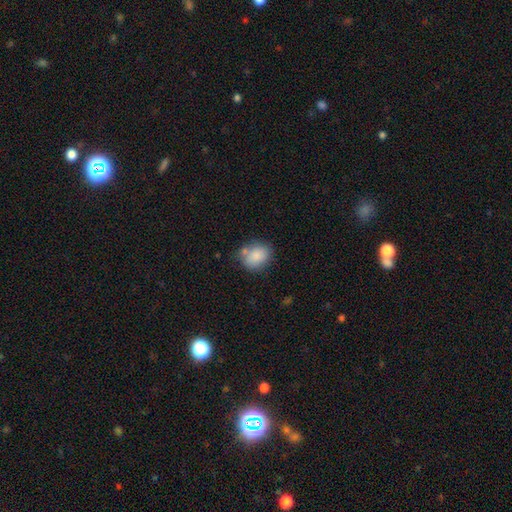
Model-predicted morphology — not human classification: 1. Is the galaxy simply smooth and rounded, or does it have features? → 85% smooth, 8% star or artifact, 7% featured or disk.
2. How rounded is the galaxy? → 51% round, 48% in between, 1% cigar-shaped.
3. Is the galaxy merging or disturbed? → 64% none, 19% minor disturbance, 12% merger, 5% major disturbance.